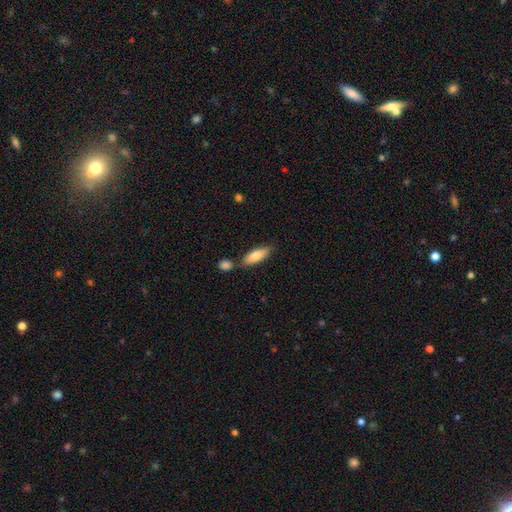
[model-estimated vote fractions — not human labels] smooth 76%, featured or disk 18%, star or artifact 6%. Down the decision tree: how rounded — in between (61%); merging — none (70%).